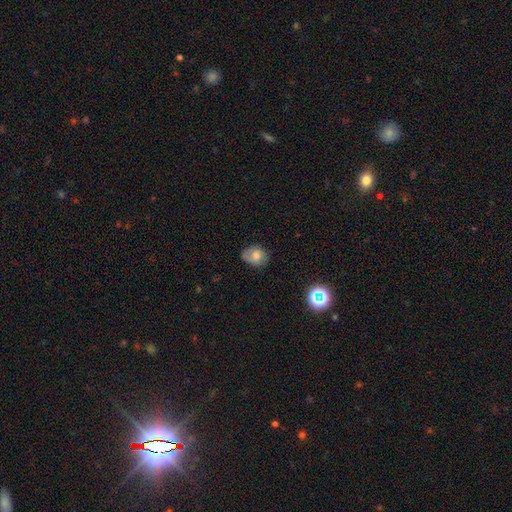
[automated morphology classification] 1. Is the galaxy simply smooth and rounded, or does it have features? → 69% smooth, 19% featured or disk, 11% star or artifact.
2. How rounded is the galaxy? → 58% in between, 41% round, 1% cigar-shaped.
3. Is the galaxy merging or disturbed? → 62% none, 28% minor disturbance, 8% major disturbance, 2% merger.